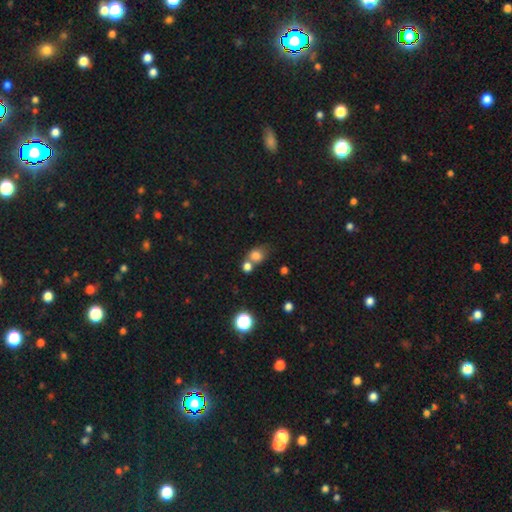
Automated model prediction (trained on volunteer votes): Smooth or featured: smooth — 78% (star or artifact — 14%)
How rounded: round — 61% (in between — 38%)
Merging: merger — 42% (tied with none — 42%)